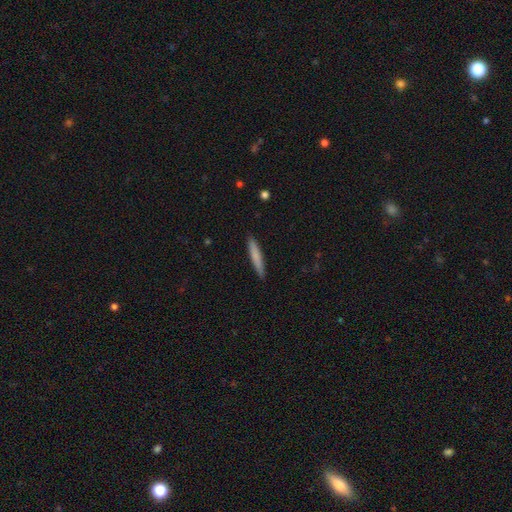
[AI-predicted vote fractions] The model was most divided on "smooth or featured": smooth: 77%, featured or disk: 18%, star or artifact: 5%. More confident: how rounded — cigar-shaped (94%); merging — none (90%).